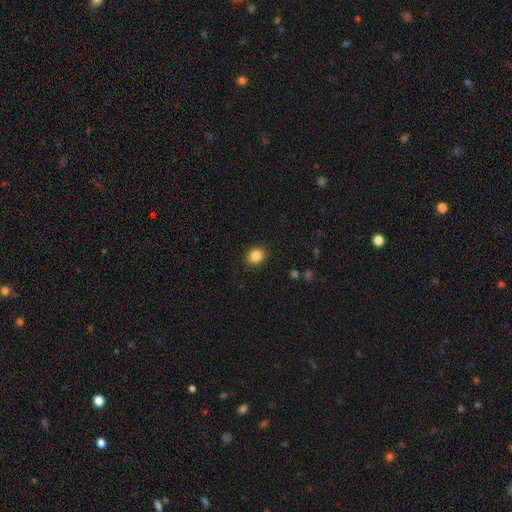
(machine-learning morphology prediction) smooth_or_featured: smooth (p=0.86) [alt: star or artifact p=0.10]
how_rounded: round (p=0.78) [alt: in between p=0.21]
merging: none (p=0.90) [alt: minor disturbance p=0.06]